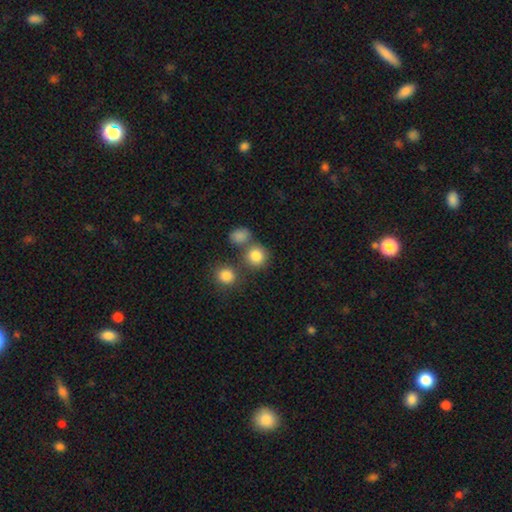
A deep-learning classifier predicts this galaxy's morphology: A smooth galaxy with no disk features (82%) that is round (87%).

Vote fractions:
- Smooth or featured? smooth: 82% / star or artifact: 11% / featured or disk: 7%
- How rounded? round: 87% / in between: 12% / cigar-shaped: 1%
- Merging? none: 62% / merger: 24% / minor disturbance: 10% / major disturbance: 4%